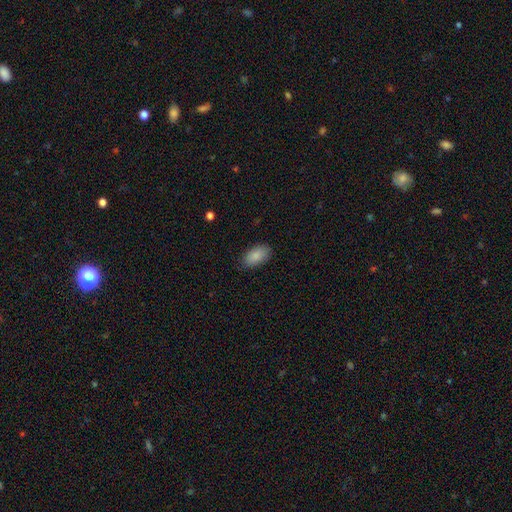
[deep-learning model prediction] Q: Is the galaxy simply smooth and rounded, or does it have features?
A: smooth — 87%.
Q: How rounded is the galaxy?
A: in between — 93%.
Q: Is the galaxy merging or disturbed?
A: none — 84%.